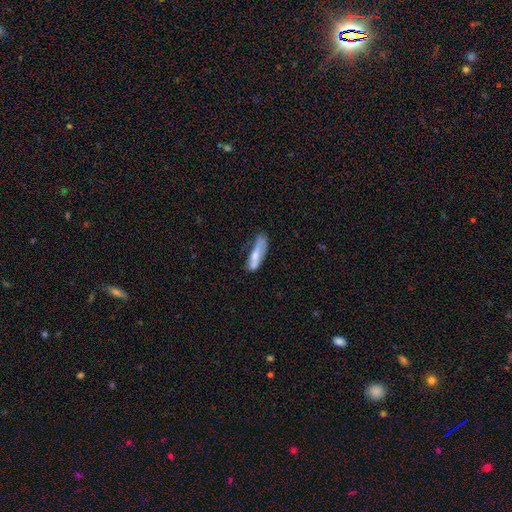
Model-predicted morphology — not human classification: Smooth or featured: smooth — 61% (featured or disk — 32%)
How rounded: cigar-shaped — 65% (in between — 33%)
Merging: none — 45% (minor disturbance — 31%)